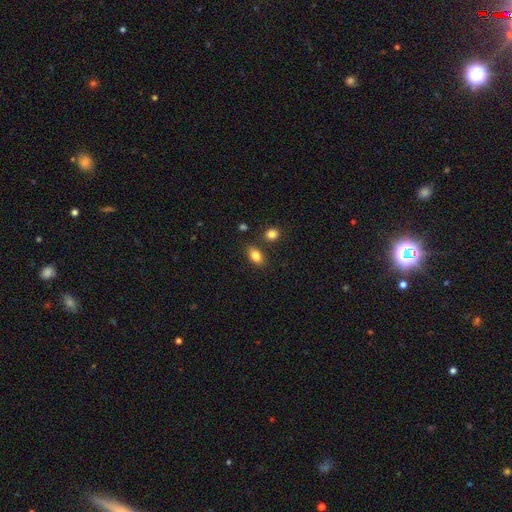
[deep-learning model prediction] smooth-or-featured: smooth: 84% | star or artifact: 9% | featured or disk: 8%
  how-rounded: in between: 84% | round: 14% | cigar-shaped: 2%
  merging: none: 79% | minor disturbance: 12% | merger: 7% | major disturbance: 3%